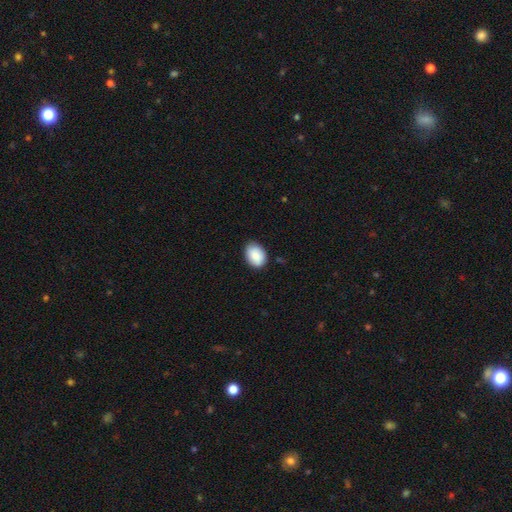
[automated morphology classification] smooth 88%, star or artifact 7%, featured or disk 5%. Down the decision tree: how rounded — in between (79%); merging — none (82%).